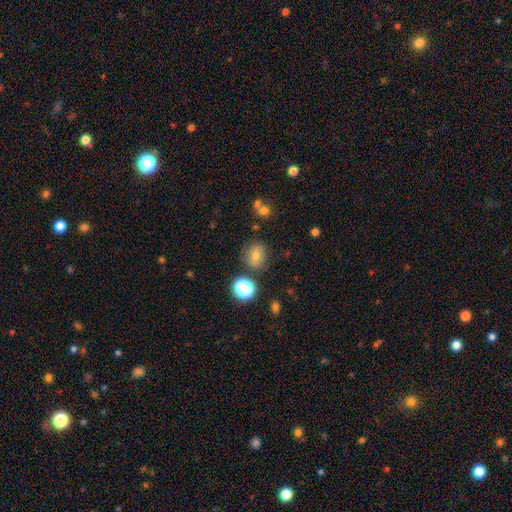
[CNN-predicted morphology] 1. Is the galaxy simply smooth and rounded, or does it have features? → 71% smooth, 17% star or artifact, 12% featured or disk.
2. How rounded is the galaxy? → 69% round, 30% in between, 1% cigar-shaped.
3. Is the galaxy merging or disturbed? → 78% none, 12% minor disturbance, 5% merger, 4% major disturbance.